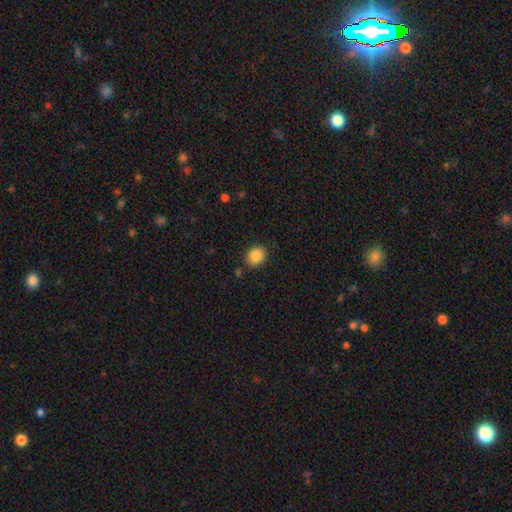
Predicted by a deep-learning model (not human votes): This is clearly a smooth galaxy (87%). How rounded: possibly round (59%). Merging: clearly none (86%).